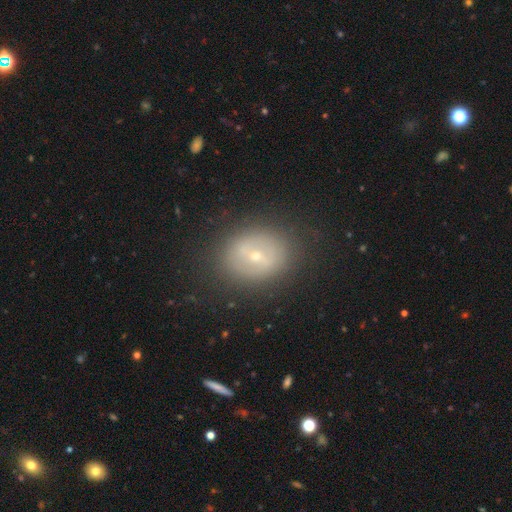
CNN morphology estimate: smooth_or_featured: featured or disk (p=0.56) [alt: smooth p=0.33]
disk_edge_on: no (p=0.92) [alt: yes p=0.08]
bar: weak (p=0.41) [alt: strong p=0.30]
has_spiral_arms: no (p=0.75) [alt: yes p=0.25]
bulge_size: small (p=0.63) [alt: moderate p=0.34]
merging: none (p=0.82) [alt: minor disturbance p=0.11]